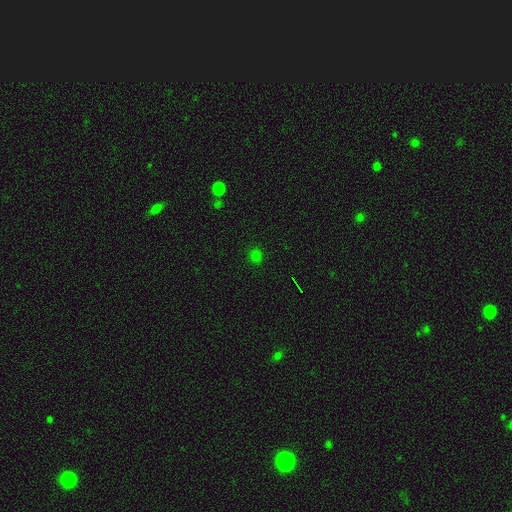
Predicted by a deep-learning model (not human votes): A smooth galaxy with no disk features (71%) that is round (79%).

Vote fractions:
- Smooth or featured? smooth: 71% / star or artifact: 25% / featured or disk: 4%
- How rounded? round: 79% / in between: 19% / cigar-shaped: 1%
- Merging? none: 88% / minor disturbance: 8% / major disturbance: 2% / merger: 2%